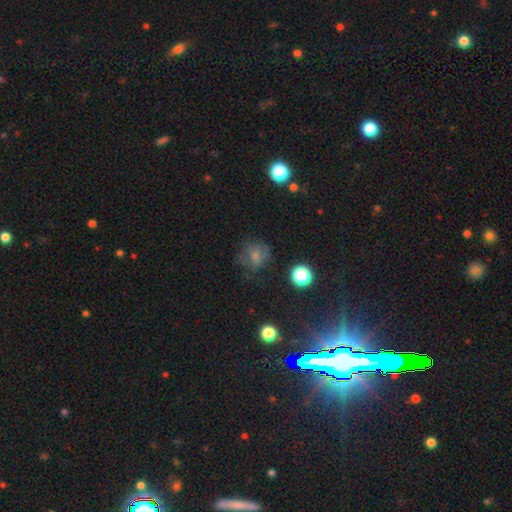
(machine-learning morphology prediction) A smooth galaxy with no disk features (66%) that is round (83%).

Vote fractions:
- Smooth or featured? smooth: 66% / featured or disk: 17% / star or artifact: 16%
- How rounded? round: 83% / in between: 16% / cigar-shaped: 1%
- Merging? none: 62% / minor disturbance: 22% / major disturbance: 13% / merger: 2%